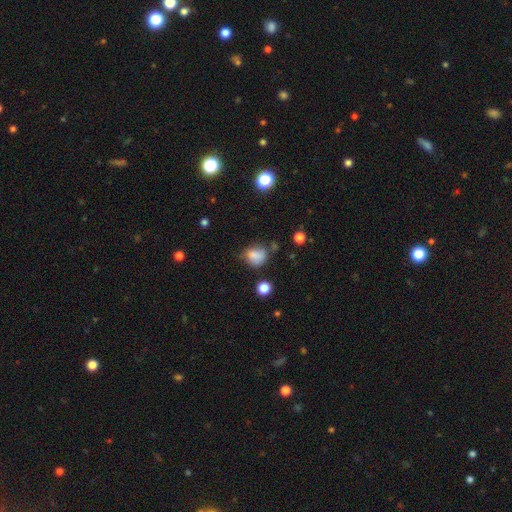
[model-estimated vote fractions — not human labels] A smooth galaxy with no disk features (81%) that is round (60%).

Vote fractions:
- Smooth or featured? smooth: 81% / star or artifact: 12% / featured or disk: 7%
- How rounded? round: 60% / in between: 39% / cigar-shaped: 1%
- Merging? none: 57% / minor disturbance: 29% / major disturbance: 9% / merger: 6%